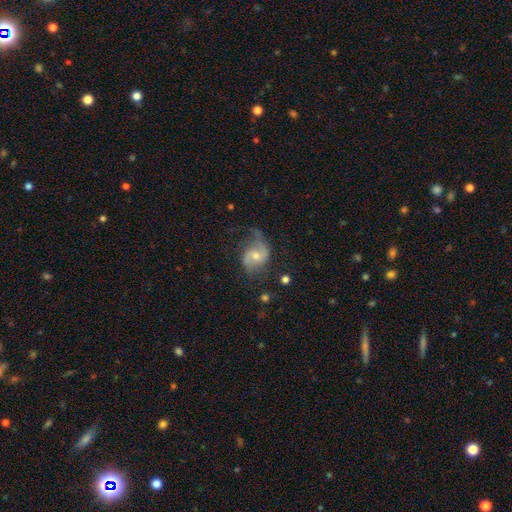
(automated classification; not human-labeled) A featured or disk galaxy (77%) with no bar (51%), 2 (81%) loose (46%) spiral arms (93%) and a moderate central bulge (60%). Merging: none (52%).